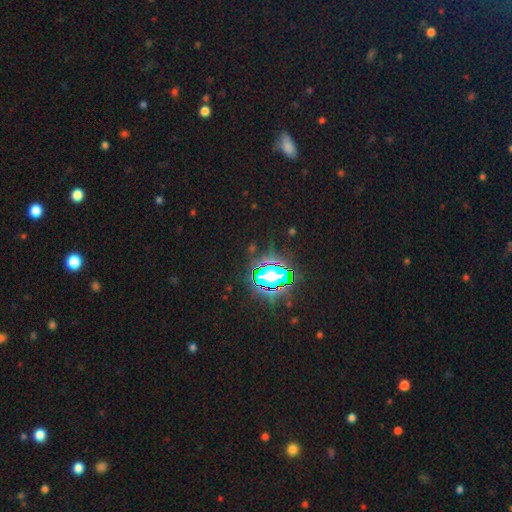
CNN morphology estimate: Overall: star or artifact (80%).